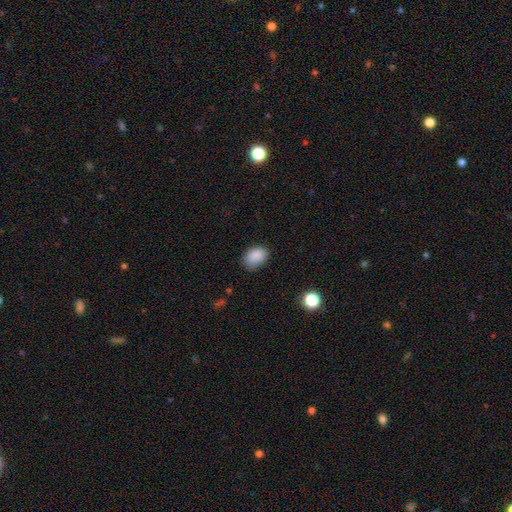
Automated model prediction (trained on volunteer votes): Smooth or featured? Predicted: smooth (p=0.87). How rounded? Predicted: in between (p=0.80). Merging? Predicted: none (p=0.73).